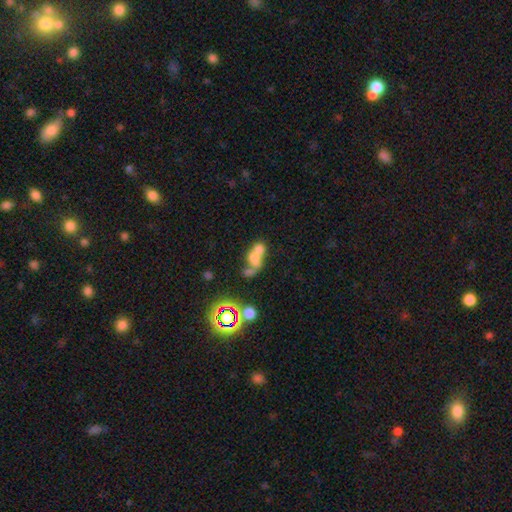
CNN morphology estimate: Smooth or featured?
  - smooth: 50% *
  - featured or disk: 32%
  - star or artifact: 18%
Merging?
  - merger: 62% *
  - none: 18%
  - major disturbance: 11%
  - minor disturbance: 9%